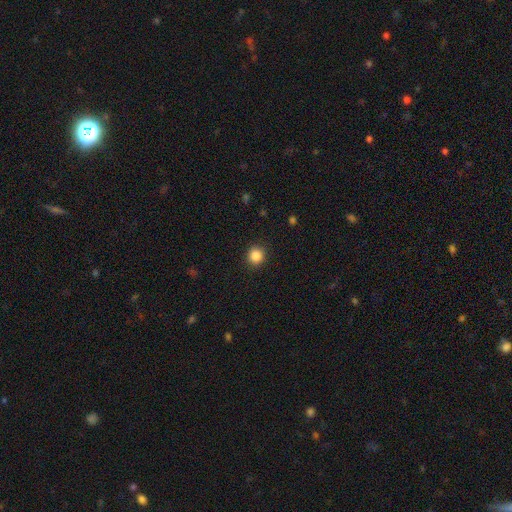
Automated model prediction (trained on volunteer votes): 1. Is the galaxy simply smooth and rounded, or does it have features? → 86% smooth, 10% star or artifact, 4% featured or disk.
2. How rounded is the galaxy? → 91% round, 8% in between, 1% cigar-shaped.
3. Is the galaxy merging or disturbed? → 91% none, 6% minor disturbance, 2% major disturbance, 1% merger.